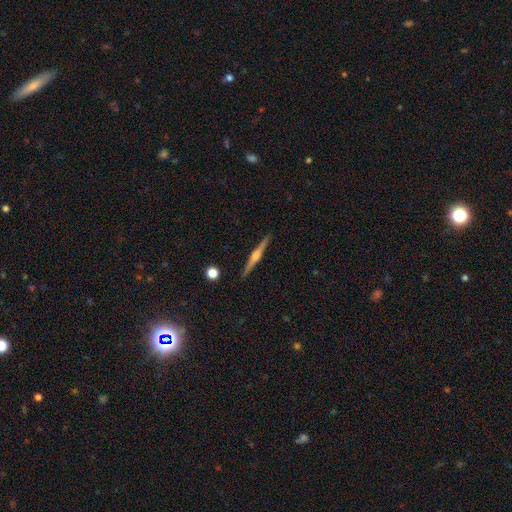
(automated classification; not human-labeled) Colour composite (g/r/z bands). It shows a featured or disk galaxy (73%) viewed edge-on (98%) with a rounded central bulge (78%). Merging: none (91%).